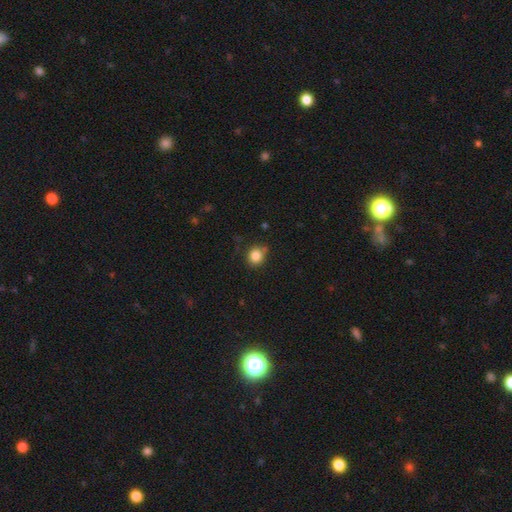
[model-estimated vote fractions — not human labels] smooth_or_featured: smooth (p=0.84) [alt: star or artifact p=0.11]
how_rounded: round (p=0.78) [alt: in between p=0.21]
merging: none (p=0.75) [alt: minor disturbance p=0.16]